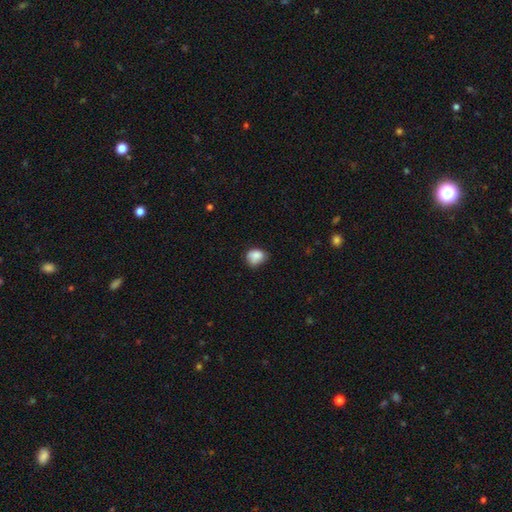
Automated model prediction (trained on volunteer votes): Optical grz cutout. It shows a smooth galaxy with no disk features (84%) that is round (53%). Merging: none (54%).